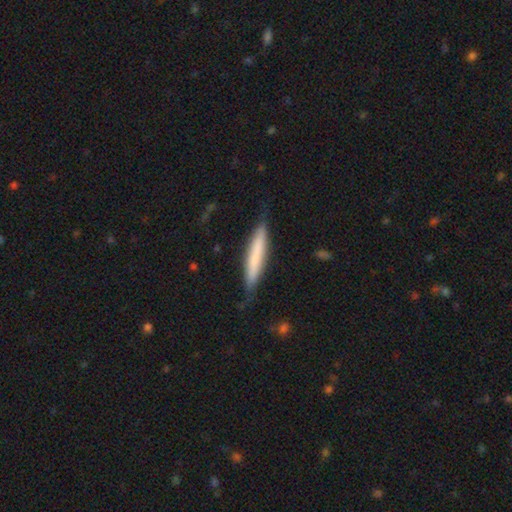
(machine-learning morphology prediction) A smooth galaxy with no disk features (64%) that is cigar-shaped (93%).

Vote fractions:
- Smooth or featured? smooth: 64% / featured or disk: 31% / star or artifact: 6%
- How rounded? cigar-shaped: 93% / in between: 6% / round: 1%
- Merging? none: 79% / minor disturbance: 16% / major disturbance: 3% / merger: 1%